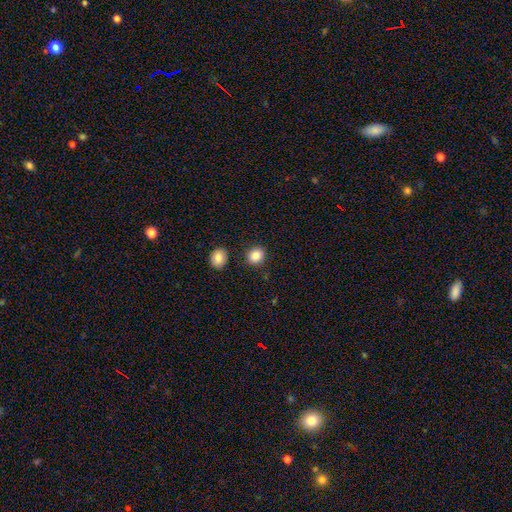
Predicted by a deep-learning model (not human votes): The model was most divided on "how rounded": round: 71%, in between: 28%, cigar-shaped: 1%. More confident: smooth or featured — smooth (86%); merging — none (85%).